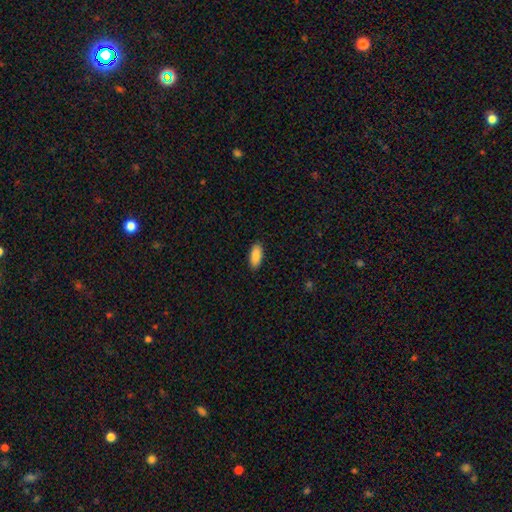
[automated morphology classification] type=smooth (89%); roundness=in between (86%); merging=none (89%).